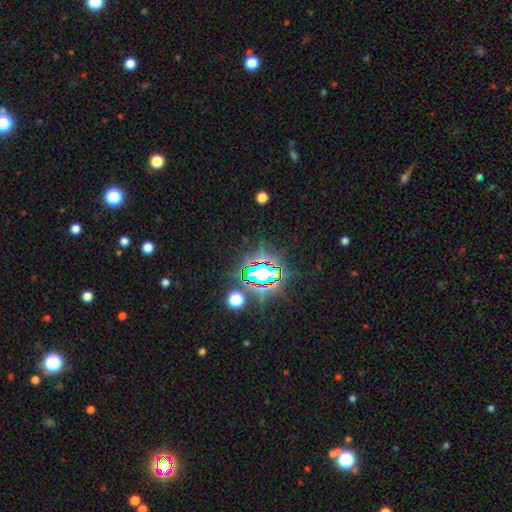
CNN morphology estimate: Smooth or featured?
  - star or artifact: 80% *
  - smooth: 12%
  - featured or disk: 8%